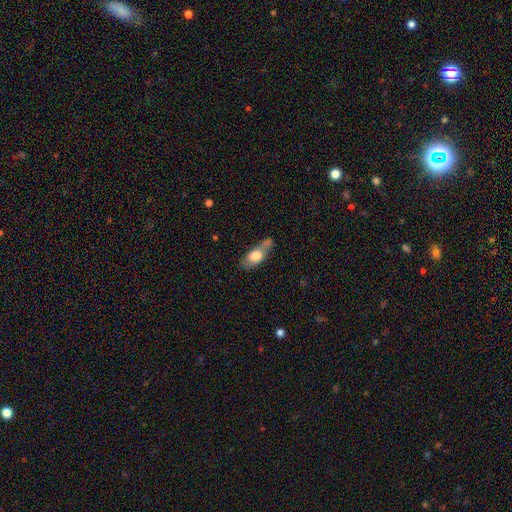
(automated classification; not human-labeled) Q: Smooth or featured?
A: smooth (67%); runner-up: featured or disk (27%)
Q: How rounded?
A: in between (75%); runner-up: cigar-shaped (20%)
Q: Merging?
A: none (40%); runner-up: merger (26%)